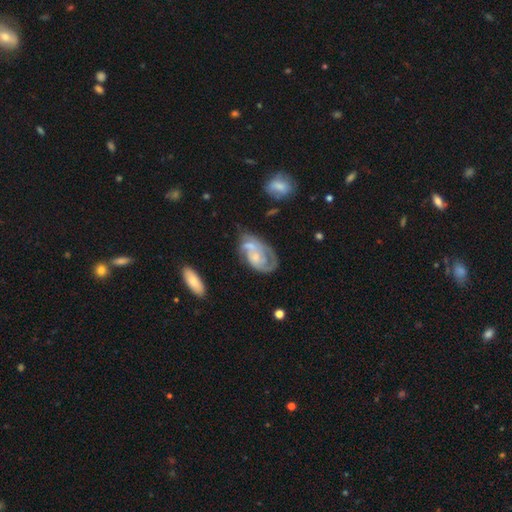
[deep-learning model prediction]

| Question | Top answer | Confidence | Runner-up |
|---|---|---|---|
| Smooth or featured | featured or disk | 78% | smooth (17%) |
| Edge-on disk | no | 97% | yes (3%) |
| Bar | no | 70% | weak (26%) |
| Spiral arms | yes | 86% | no (14%) |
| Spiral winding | tight | 44% | medium (40%) |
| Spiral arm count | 2 | 48% | can't tell (24%) |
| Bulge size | small | 57% | moderate (28%) |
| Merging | none | 41% | minor disturbance (23%) |